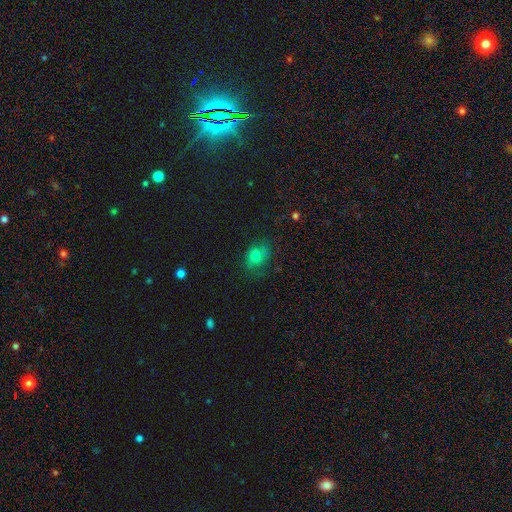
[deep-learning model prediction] This is likely a smooth galaxy (70%). How rounded: likely in between (60%). Merging: likely none (67%).